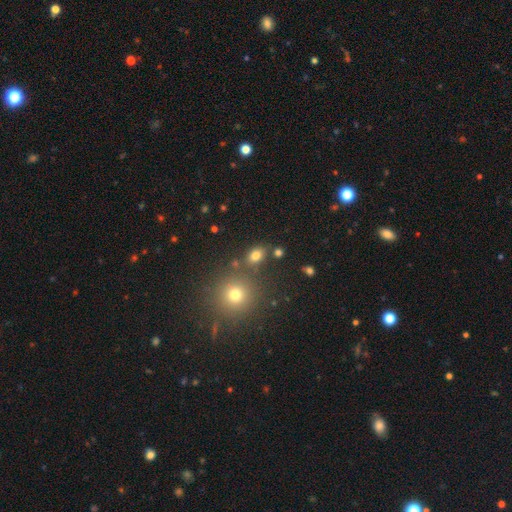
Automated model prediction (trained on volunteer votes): smooth_or_featured: smooth (p=0.76) [alt: star or artifact p=0.16]
how_rounded: in between (p=0.71) [alt: round p=0.27]
merging: none (p=0.77) [alt: minor disturbance p=0.11]